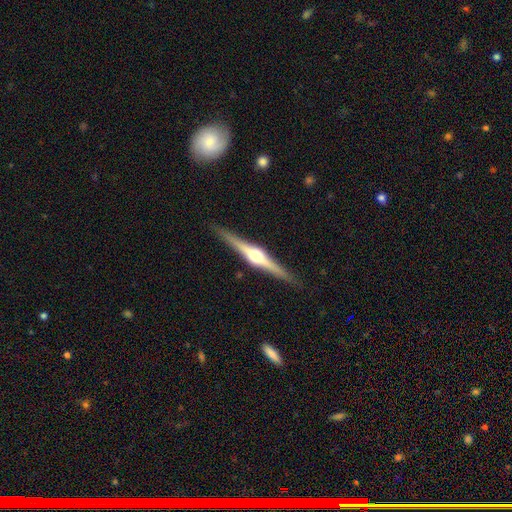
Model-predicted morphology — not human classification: Smooth or featured?
  - featured or disk: 83% *
  - smooth: 12%
  - star or artifact: 5%
Edge-on disk?
  - yes: 98% *
  - no: 2%
Edge-on bulge?
  - rounded: 92% *
  - boxy: 6%
  - none: 2%
Merging?
  - none: 90% *
  - minor disturbance: 7%
  - major disturbance: 1%
  - merger: 1%